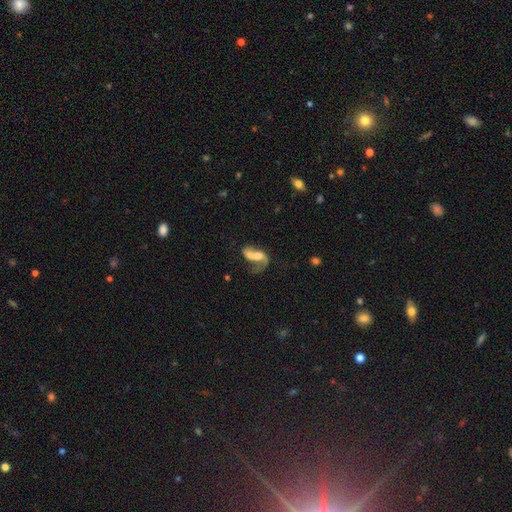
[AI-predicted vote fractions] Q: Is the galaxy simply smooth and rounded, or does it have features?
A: featured or disk — 65%.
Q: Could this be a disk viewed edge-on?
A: no — 95%.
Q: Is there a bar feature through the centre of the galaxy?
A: no — 54%.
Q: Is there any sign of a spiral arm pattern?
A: yes — 75%.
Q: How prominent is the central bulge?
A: moderate — 40%.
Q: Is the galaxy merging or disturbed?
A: merger — 34%.